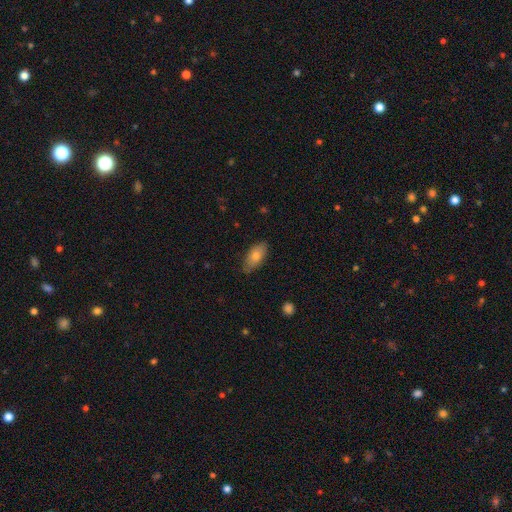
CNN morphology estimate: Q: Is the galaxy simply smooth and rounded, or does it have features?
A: smooth — 75%.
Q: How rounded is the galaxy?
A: in between — 87%.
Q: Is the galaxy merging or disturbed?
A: none — 80%.